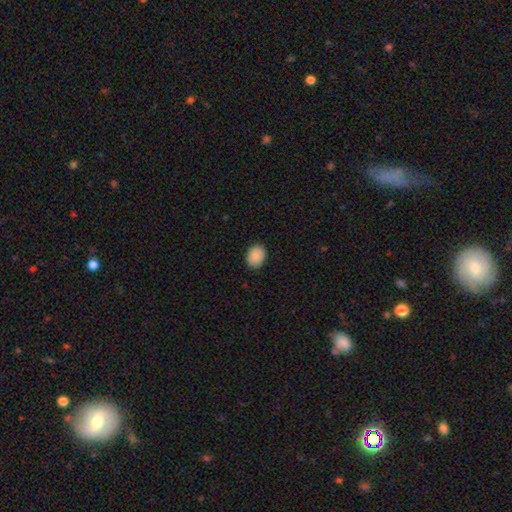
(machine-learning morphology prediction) A smooth galaxy with no disk features (89%) that is in between round and cigar-shaped (68%). Merging: none (87%).